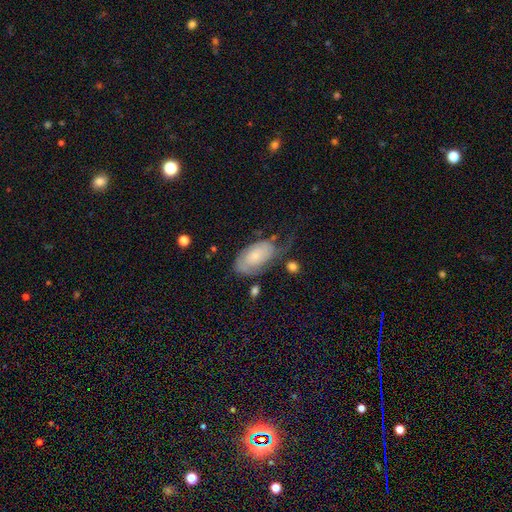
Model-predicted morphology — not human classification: A featured or disk galaxy (52%).

Vote fractions:
- Smooth or featured? featured or disk: 52% / smooth: 40% / star or artifact: 7%
- Edge-on disk? no: 94% / yes: 6%
- Merging? none: 36% / minor disturbance: 29% / major disturbance: 29% / merger: 6%